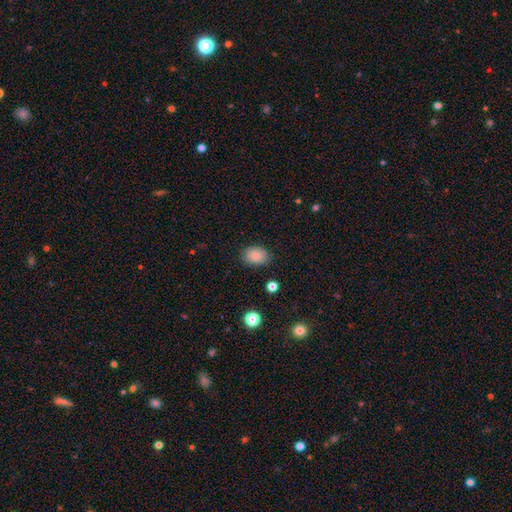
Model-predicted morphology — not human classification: type=smooth (84%); roundness=in between (73%); merging=none (83%).